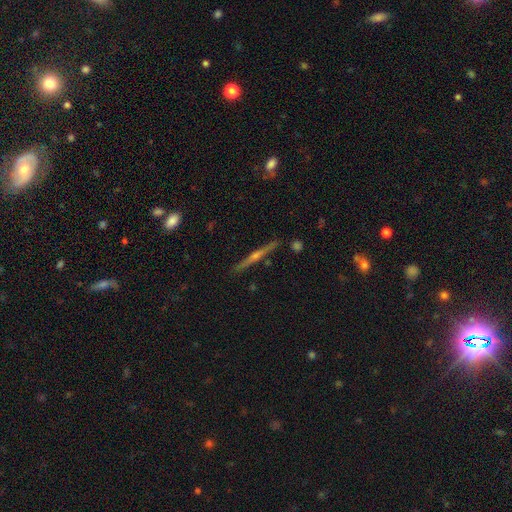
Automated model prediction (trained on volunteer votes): Smooth or featured? Predicted: featured or disk (p=0.79). Edge-on disk? Predicted: yes (p=0.98). Edge-on bulge? Predicted: rounded (p=0.84). Merging? Predicted: none (p=0.90).